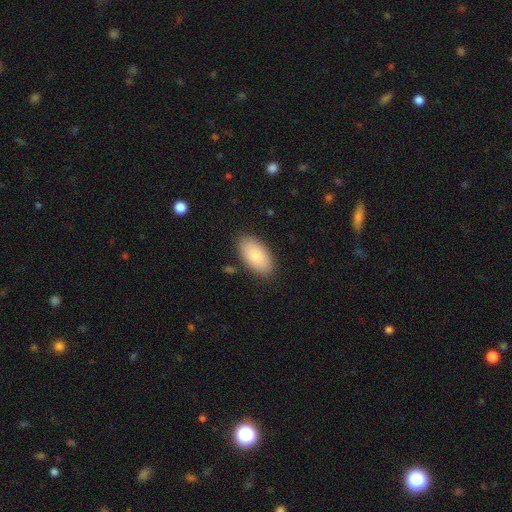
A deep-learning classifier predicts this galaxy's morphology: Smooth or featured? smooth (83%)
How rounded? in between (95%)
Merging? none (86%)